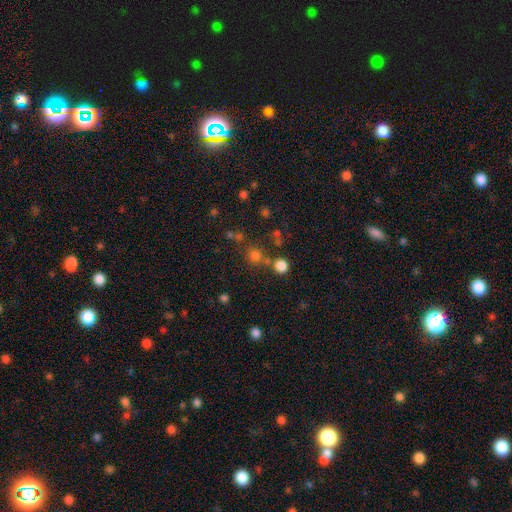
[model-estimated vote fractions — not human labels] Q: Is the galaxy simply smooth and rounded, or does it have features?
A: smooth — 66%.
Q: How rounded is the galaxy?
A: round — 92%.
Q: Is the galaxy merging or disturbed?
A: none — 71%.